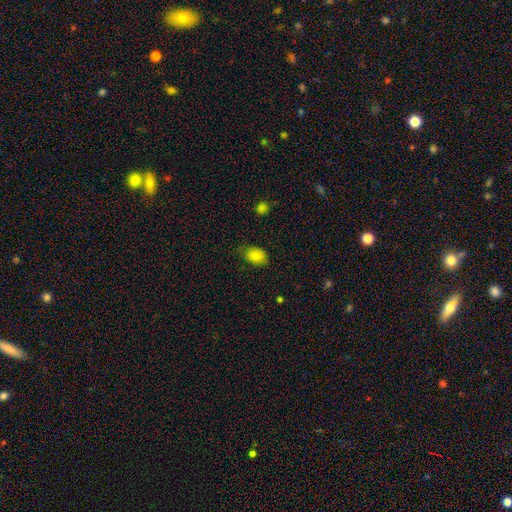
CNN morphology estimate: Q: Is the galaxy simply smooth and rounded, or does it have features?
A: smooth — 85%.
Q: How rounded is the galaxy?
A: in between — 82%.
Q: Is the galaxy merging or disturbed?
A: none — 72%.